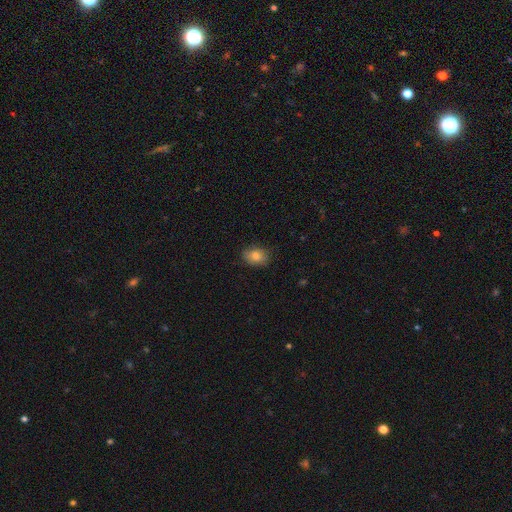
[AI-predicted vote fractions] This is clearly a smooth galaxy (82%). How rounded: likely in between (72%). Merging: clearly none (81%).